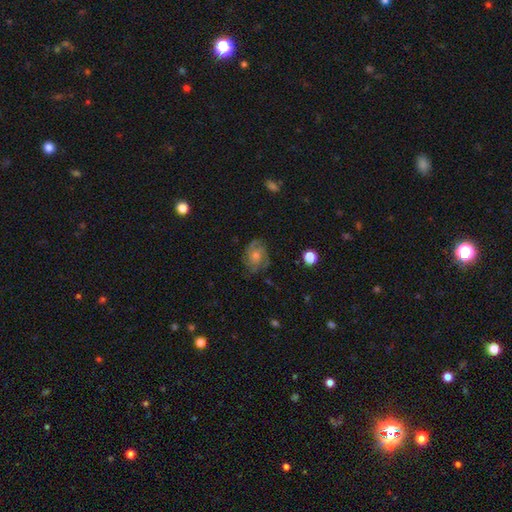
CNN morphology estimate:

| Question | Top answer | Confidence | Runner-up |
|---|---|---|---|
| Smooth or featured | featured or disk | 73% | smooth (18%) |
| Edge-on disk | no | 97% | yes (3%) |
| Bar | no | 74% | weak (22%) |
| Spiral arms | yes | 93% | no (7%) |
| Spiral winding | tight | 52% | medium (39%) |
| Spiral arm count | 3 | 34% | can't tell (24%) |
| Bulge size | moderate | 52% | small (39%) |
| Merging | none | 74% | minor disturbance (17%) |